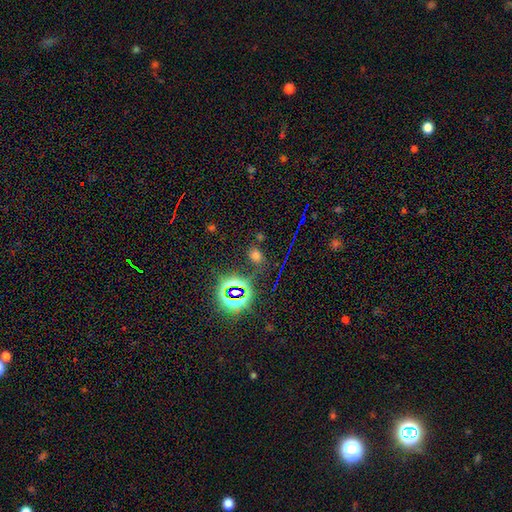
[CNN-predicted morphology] smooth 54%, star or artifact 39%, featured or disk 7%. Down the decision tree: how rounded — in between (51%); merging — none (79%).